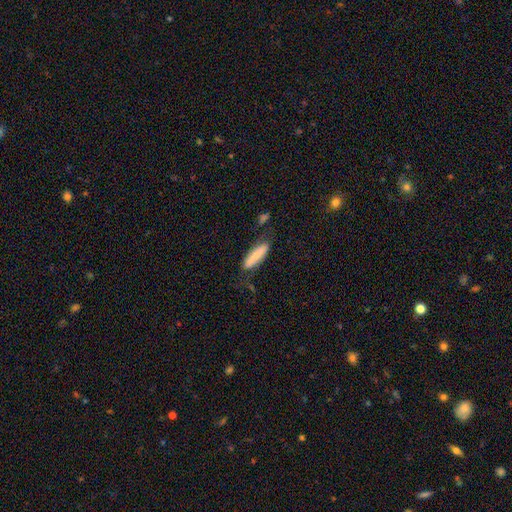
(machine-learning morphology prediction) smooth_or_featured: smooth (p=0.71) [alt: featured or disk p=0.23]
how_rounded: cigar-shaped (p=0.58) [alt: in between p=0.41]
merging: none (p=0.66) [alt: minor disturbance p=0.23]